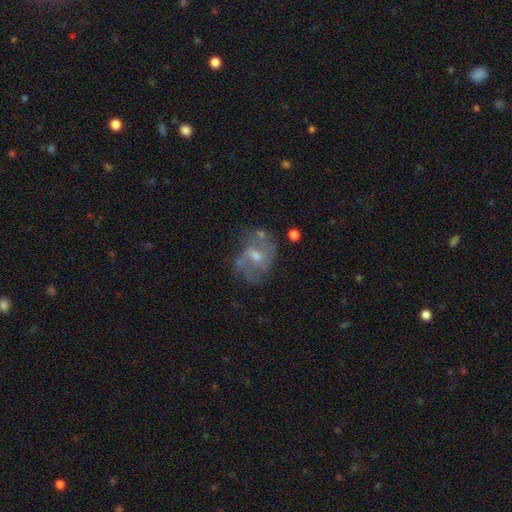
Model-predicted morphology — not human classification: Smooth or featured: featured or disk — 72% (smooth — 18%)
Edge-on disk: no — 97% (yes — 3%)
Bar: weak — 53% (no — 32%)
Spiral arms: yes — 78% (no — 22%)
Spiral winding: medium — 46% (loose — 37%)
Spiral arm count: 2 — 71% (can't tell — 17%)
Bulge size: moderate — 48% (small — 40%)
Merging: none — 58% (minor disturbance — 20%)